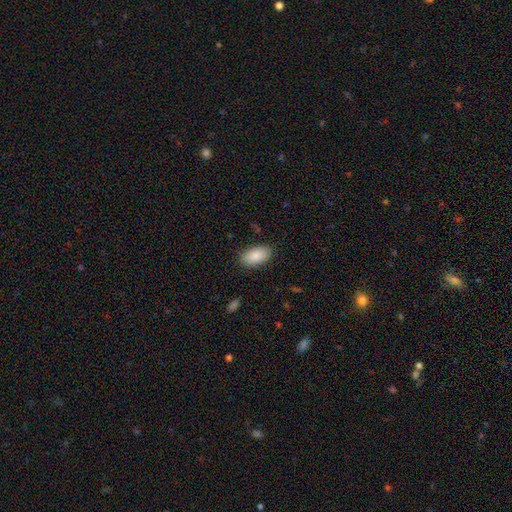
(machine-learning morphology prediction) Smooth or featured: smooth — 88% (star or artifact — 7%)
How rounded: in between — 94% (round — 4%)
Merging: none — 85% (minor disturbance — 11%)